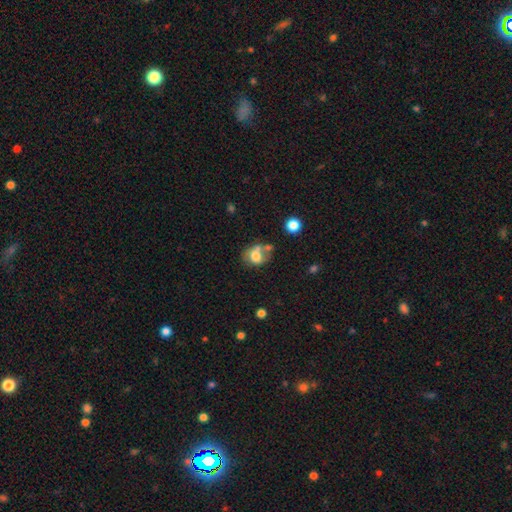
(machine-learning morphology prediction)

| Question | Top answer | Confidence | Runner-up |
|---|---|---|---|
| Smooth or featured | smooth | 67% | featured or disk (22%) |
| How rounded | round | 53% | in between (46%) |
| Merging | none | 39% | merger (33%) |